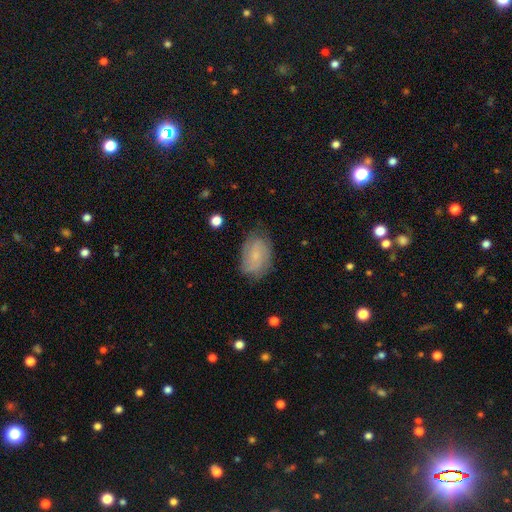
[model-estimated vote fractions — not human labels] This appears to be a smooth galaxy with no disk features (47%). Merging: none (71%).